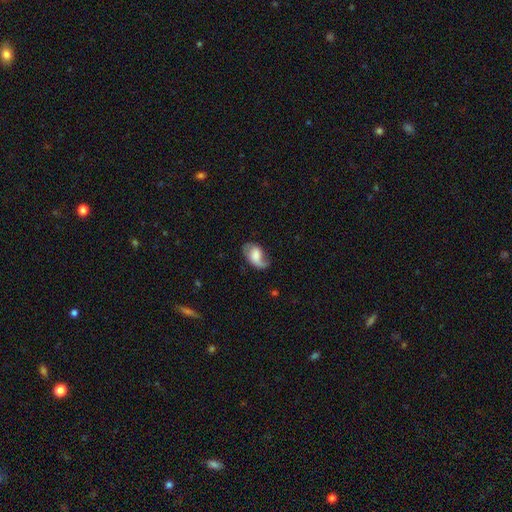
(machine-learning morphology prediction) This appears to be a featured or disk galaxy (56%) with no bar (51%), spiral arms (86%) and a large central bulge (36%). Merging: none (50%).